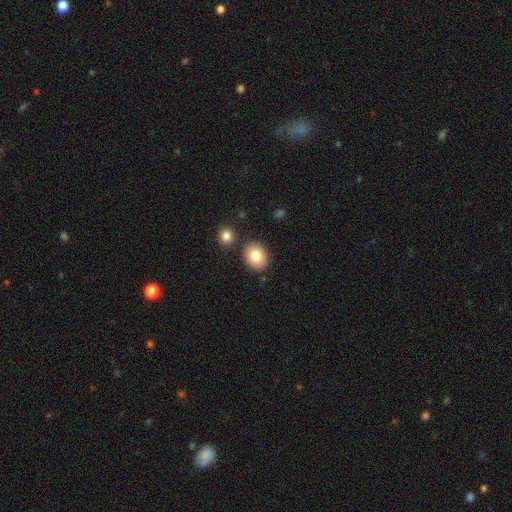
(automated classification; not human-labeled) This is clearly a smooth galaxy (84%). How rounded: possibly in between (51%). Merging: clearly none (83%).